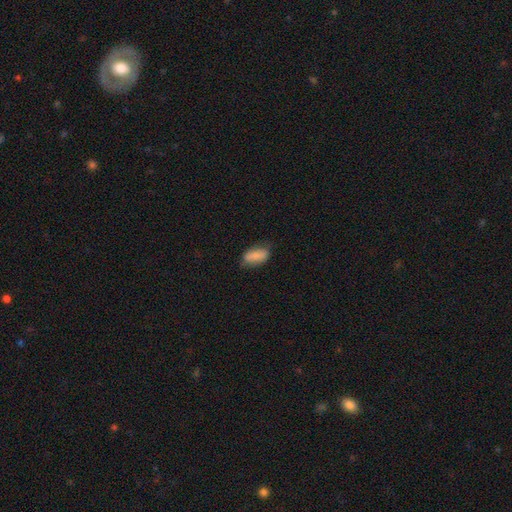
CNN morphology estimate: Smooth or featured: smooth — 80% (featured or disk — 13%)
How rounded: in between — 88% (cigar-shaped — 8%)
Merging: none — 66% (minor disturbance — 26%)